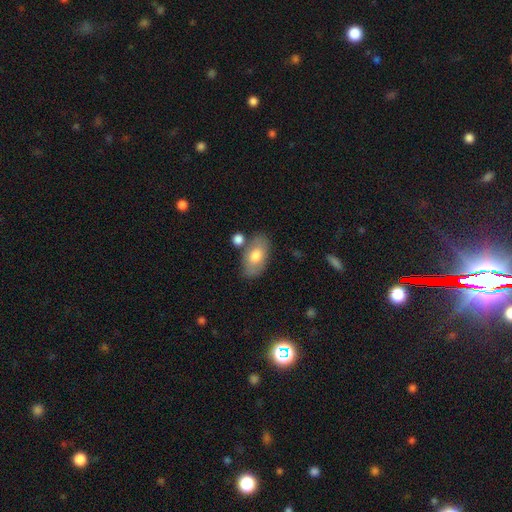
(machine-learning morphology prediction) This is likely a smooth galaxy (73%). How rounded: clearly in between (92%). Merging: likely none (70%).